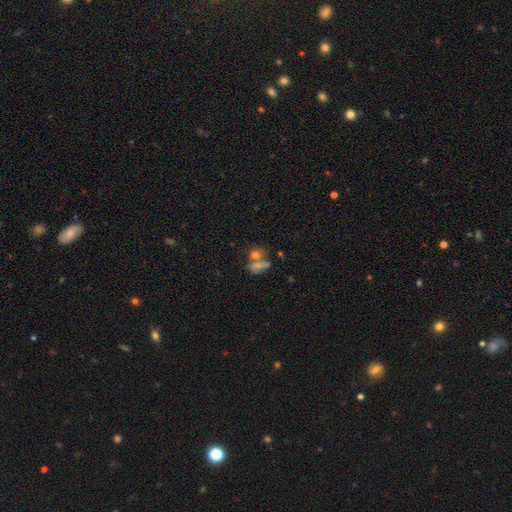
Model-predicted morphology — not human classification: This appears to be a smooth galaxy with no disk features (49%). Merging: none (41%).